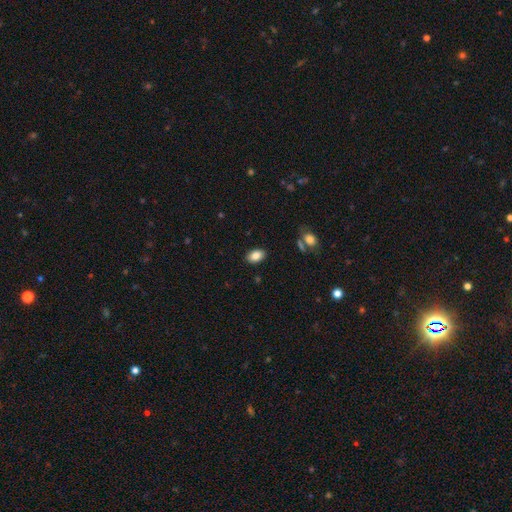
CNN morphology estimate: type=smooth (84%); roundness=in between (87%); merging=none (87%).